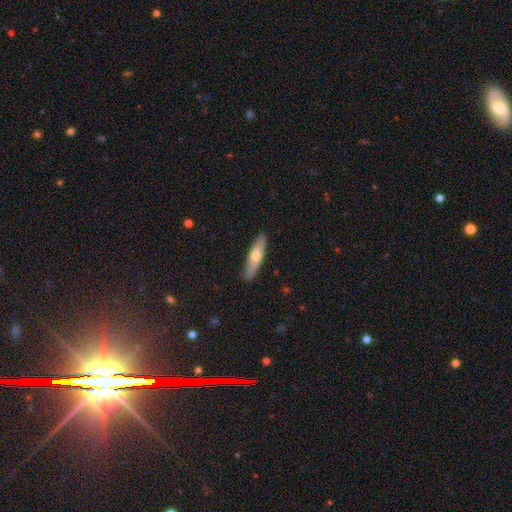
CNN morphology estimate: smooth 59%, featured or disk 36%, star or artifact 5%. Down the decision tree: how rounded — cigar-shaped (72%); merging — none (89%).